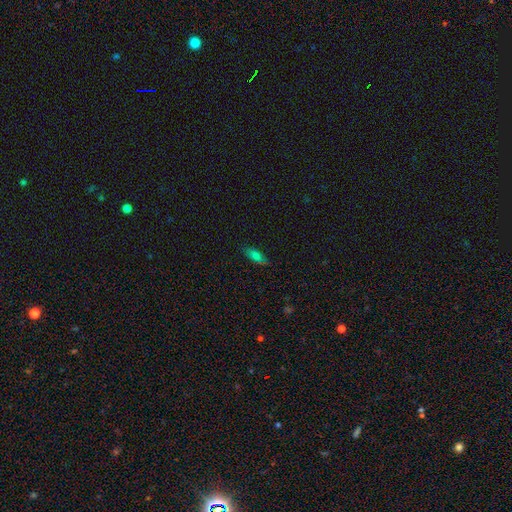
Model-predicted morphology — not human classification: A smooth galaxy with no disk features (74%) that is in between round and cigar-shaped (72%). Merging: none (81%).